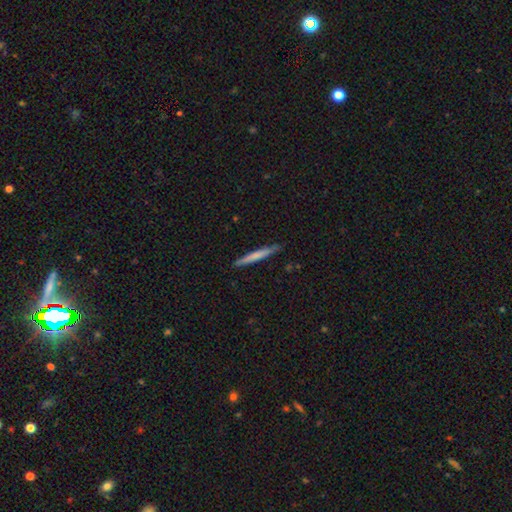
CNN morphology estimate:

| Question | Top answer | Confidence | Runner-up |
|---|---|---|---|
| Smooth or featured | smooth | 63% | featured or disk (31%) |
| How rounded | cigar-shaped | 96% | in between (3%) |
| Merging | none | 87% | minor disturbance (10%) |